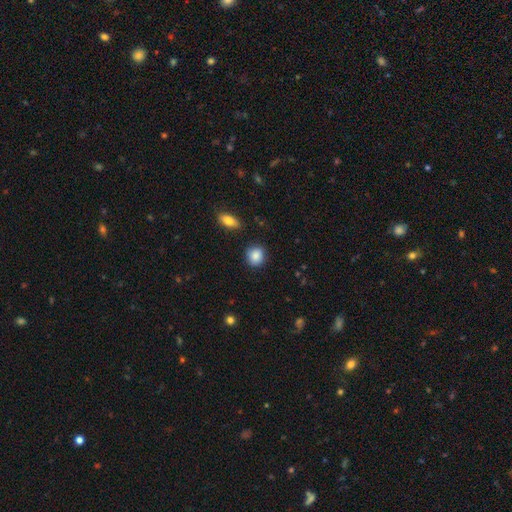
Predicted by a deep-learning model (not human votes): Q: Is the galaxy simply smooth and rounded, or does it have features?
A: smooth — 88%.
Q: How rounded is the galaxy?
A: round — 78%.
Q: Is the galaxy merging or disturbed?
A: none — 84%.